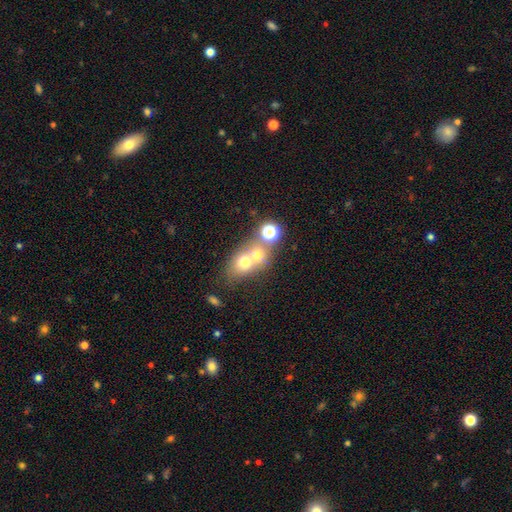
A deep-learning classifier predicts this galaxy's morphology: Smooth or featured? Predicted: smooth (p=0.58). How rounded? Predicted: round (p=0.55). Merging? Predicted: merger (p=0.59).